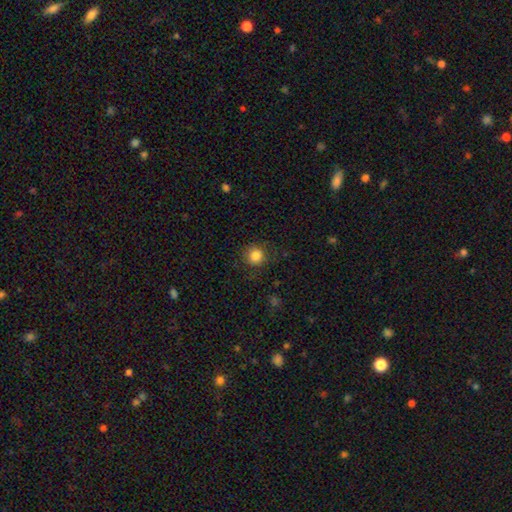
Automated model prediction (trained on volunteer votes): Morphology: type=smooth (84%); roundness=round (91%); merging=none (83%).